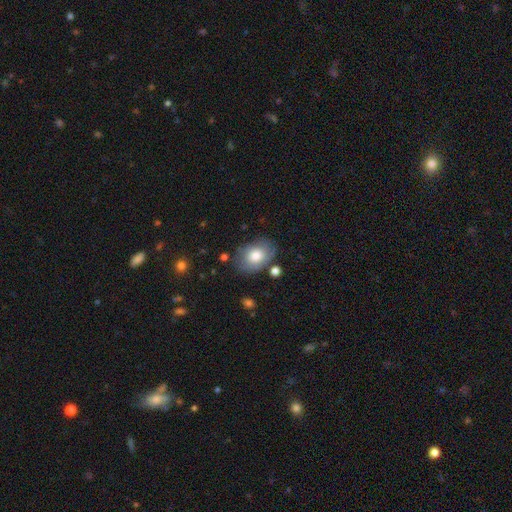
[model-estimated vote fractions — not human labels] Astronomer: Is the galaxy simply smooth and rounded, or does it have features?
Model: smooth — 76%.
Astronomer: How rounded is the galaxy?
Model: in between — 77%.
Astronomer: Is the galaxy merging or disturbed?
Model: none — 70%.